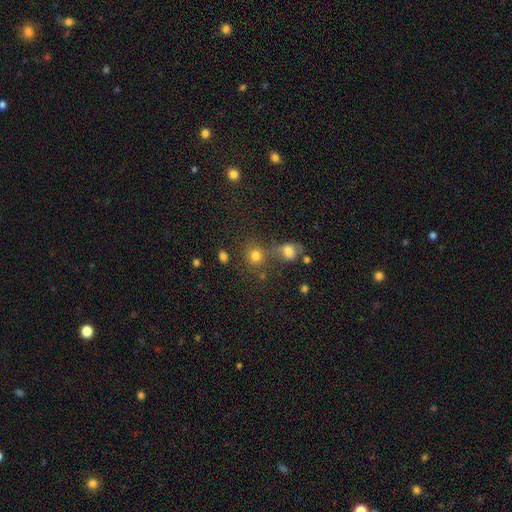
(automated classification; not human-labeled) Smooth or featured: smooth — 77% (star or artifact — 15%)
How rounded: round — 79% (in between — 20%)
Merging: none — 60% (merger — 24%)